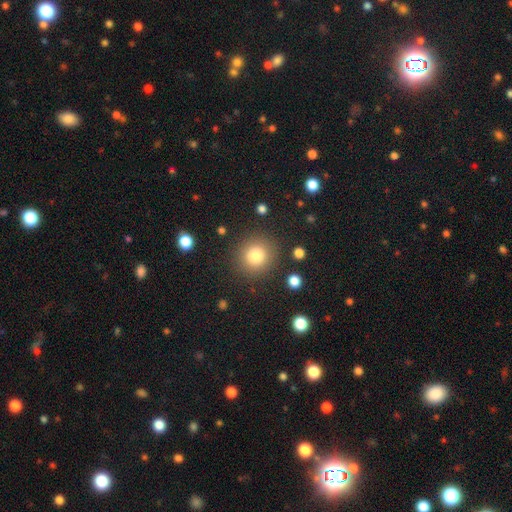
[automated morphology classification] smooth_or_featured: smooth (p=0.81) [alt: star or artifact p=0.11]
how_rounded: round (p=0.91) [alt: in between p=0.08]
merging: none (p=0.87) [alt: minor disturbance p=0.07]